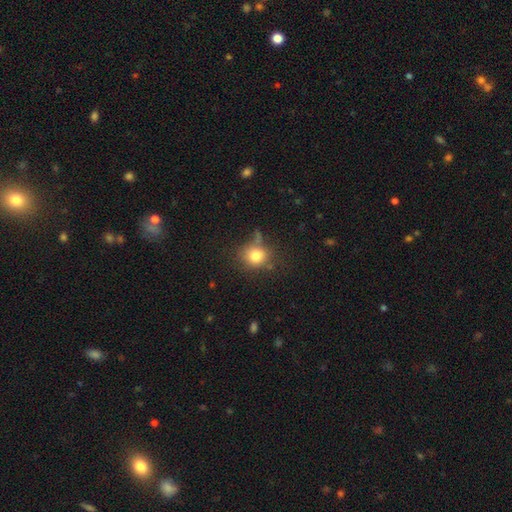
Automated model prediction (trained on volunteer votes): smooth-or-featured: smooth: 78% | star or artifact: 12% | featured or disk: 10%
  how-rounded: round: 78% | in between: 21% | cigar-shaped: 1%
  merging: none: 67% | minor disturbance: 18% | merger: 7% | major disturbance: 7%